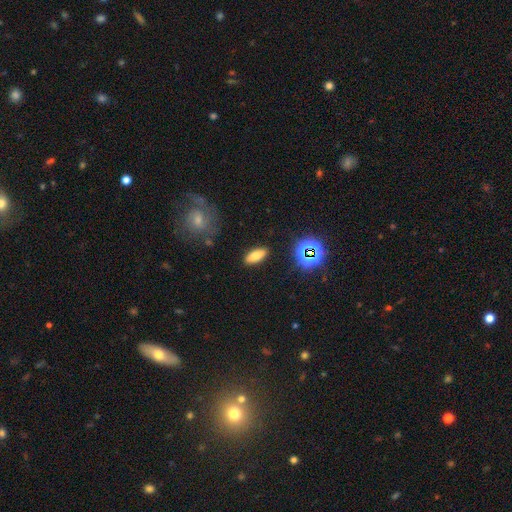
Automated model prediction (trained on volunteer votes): Smooth or featured?
  - smooth: 71% *
  - star or artifact: 15%
  - featured or disk: 14%
How rounded?
  - in between: 78% *
  - cigar-shaped: 18%
  - round: 4%
Merging?
  - none: 88% *
  - minor disturbance: 8%
  - major disturbance: 2%
  - merger: 2%